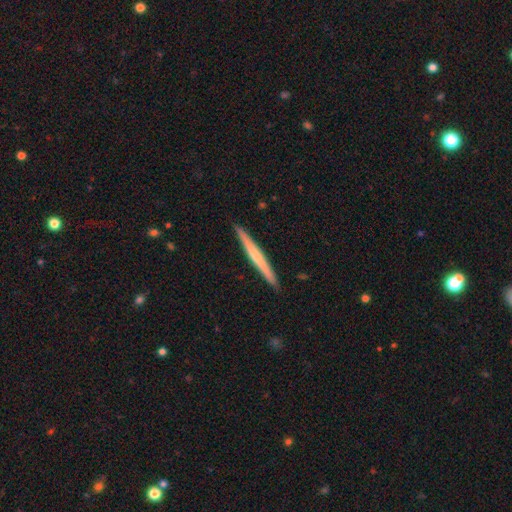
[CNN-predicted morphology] smooth_or_featured: featured or disk (p=0.51) [alt: smooth p=0.44]
disk_edge_on: yes (p=0.98) [alt: no p=0.02]
merging: none (p=0.92) [alt: minor disturbance p=0.06]